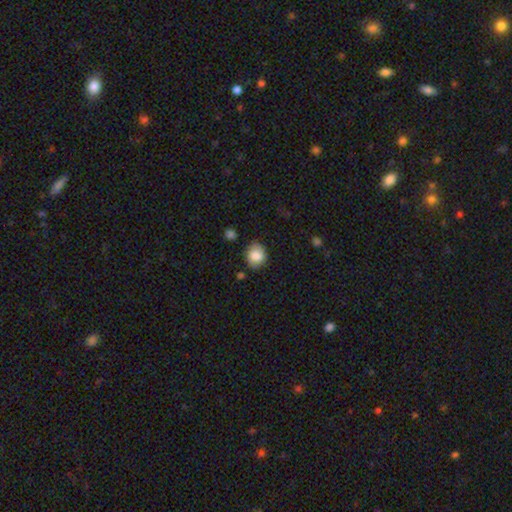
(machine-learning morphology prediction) Smooth or featured?
  - smooth: 79% *
  - featured or disk: 12%
  - star or artifact: 8%
How rounded?
  - round: 59% *
  - in between: 40%
  - cigar-shaped: 1%
Merging?
  - none: 76% *
  - minor disturbance: 17%
  - major disturbance: 4%
  - merger: 2%